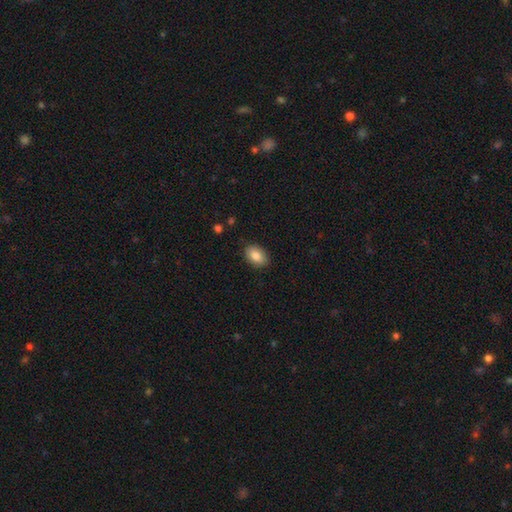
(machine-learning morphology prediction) smooth_or_featured: smooth (p=0.85) [alt: star or artifact p=0.07]
how_rounded: in between (p=0.86) [alt: round p=0.13]
merging: none (p=0.87) [alt: minor disturbance p=0.10]